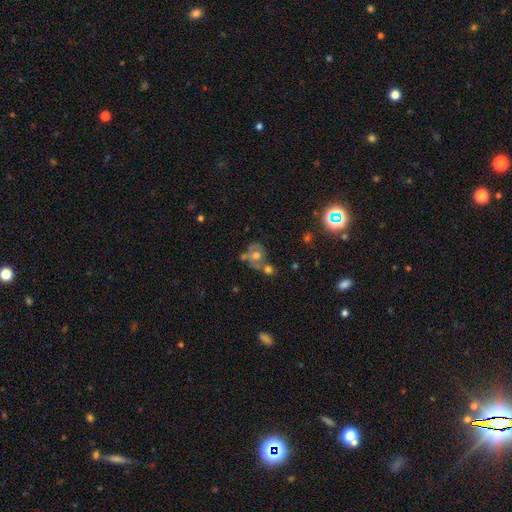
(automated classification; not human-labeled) A smooth galaxy with no disk features (52%) that is round (64%). Merging: merger (42%).